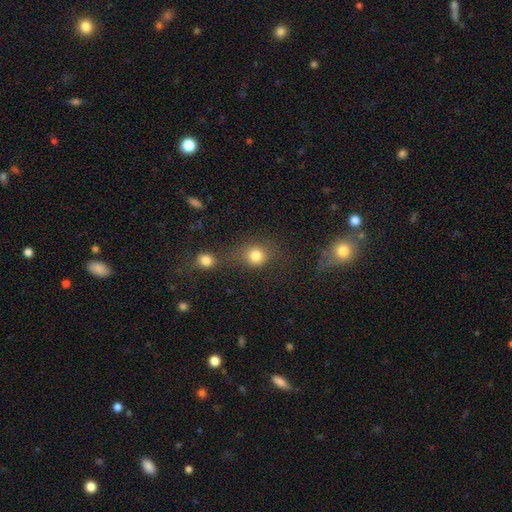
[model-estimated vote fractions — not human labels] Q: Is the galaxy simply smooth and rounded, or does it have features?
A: smooth — 80%.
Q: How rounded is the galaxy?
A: round — 82%.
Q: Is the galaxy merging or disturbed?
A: none — 55%.